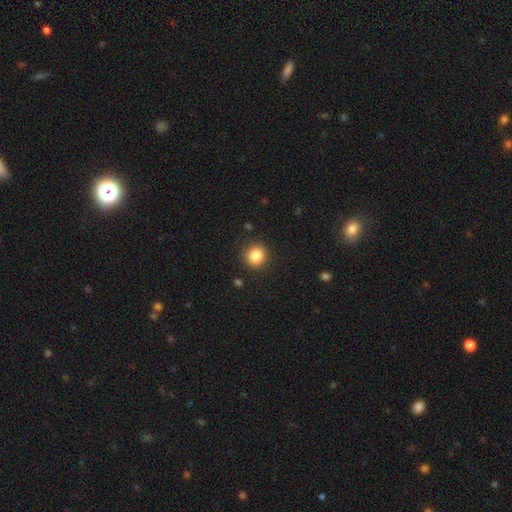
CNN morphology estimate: type=smooth (85%); roundness=round (90%); merging=none (90%).